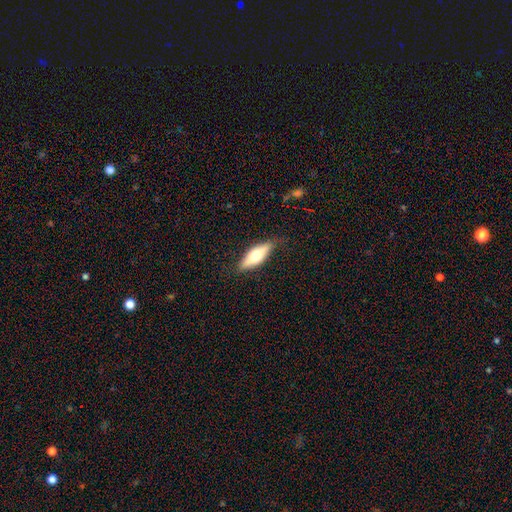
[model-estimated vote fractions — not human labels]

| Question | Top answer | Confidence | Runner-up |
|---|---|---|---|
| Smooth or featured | smooth | 57% | featured or disk (37%) |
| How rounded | in between | 64% | cigar-shaped (34%) |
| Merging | none | 77% | minor disturbance (18%) |